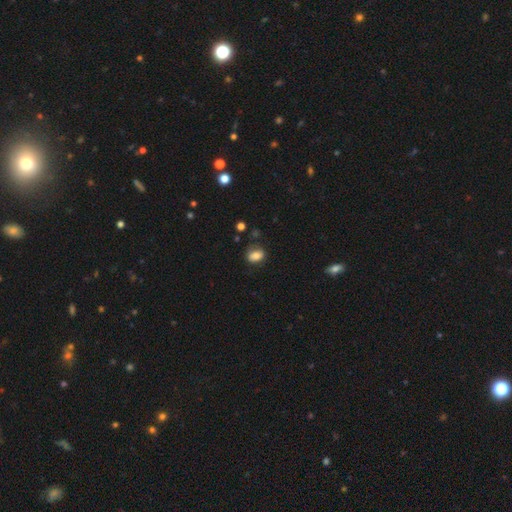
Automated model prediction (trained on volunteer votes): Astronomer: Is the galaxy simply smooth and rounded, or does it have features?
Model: smooth — 80%.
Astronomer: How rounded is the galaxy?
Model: in between — 70%.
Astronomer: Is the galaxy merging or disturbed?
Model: none — 74%.